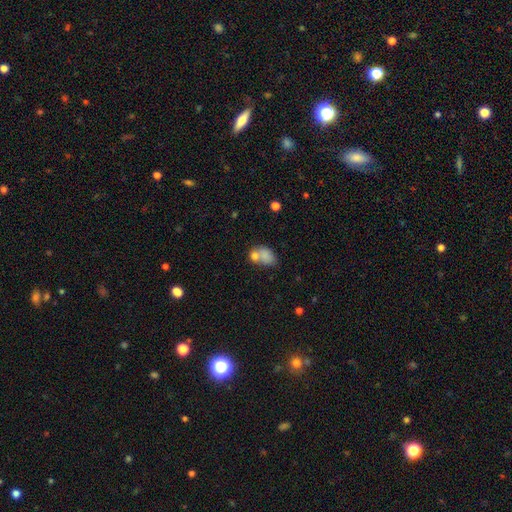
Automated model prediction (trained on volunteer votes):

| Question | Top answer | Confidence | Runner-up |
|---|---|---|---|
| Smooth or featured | smooth | 77% | featured or disk (14%) |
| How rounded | in between | 74% | round (24%) |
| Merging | merger | 47% | none (32%) |